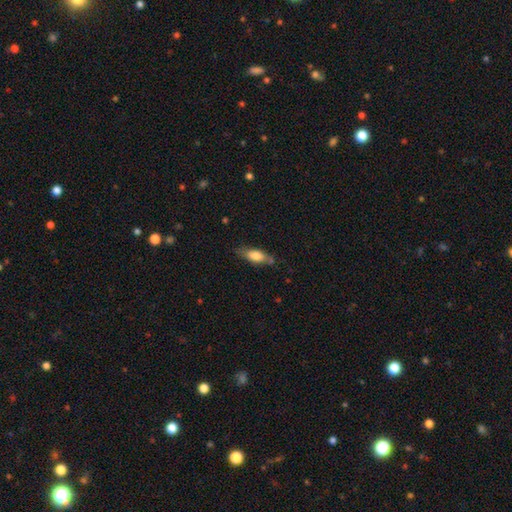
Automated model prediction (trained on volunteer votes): A smooth galaxy with no disk features (72%) that is in between round and cigar-shaped (70%). Merging: none (66%).